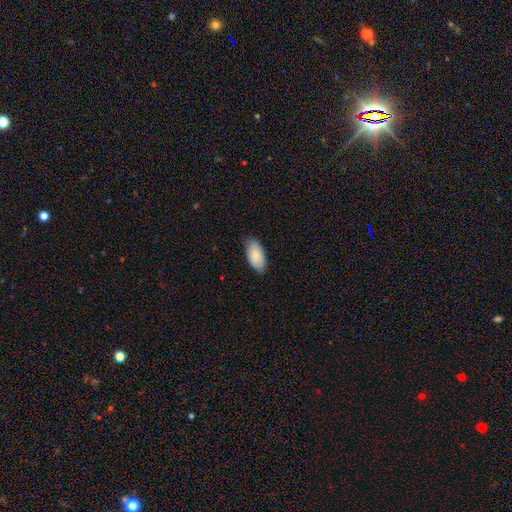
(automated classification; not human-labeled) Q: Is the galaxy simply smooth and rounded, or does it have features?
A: smooth — 85%.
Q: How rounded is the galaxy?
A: in between — 94%.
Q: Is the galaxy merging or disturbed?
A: none — 81%.